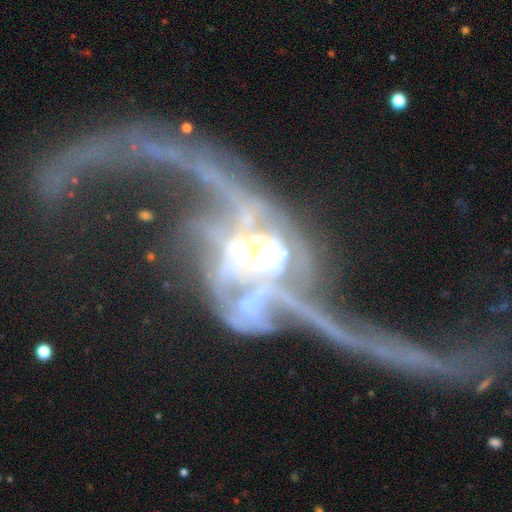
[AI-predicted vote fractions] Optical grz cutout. It shows a featured or disk galaxy (82%) with no bar (43%), 2 (43%) loose (70%) spiral arms (74%) and a moderate central bulge (49%). Merging: major disturbance (49%).